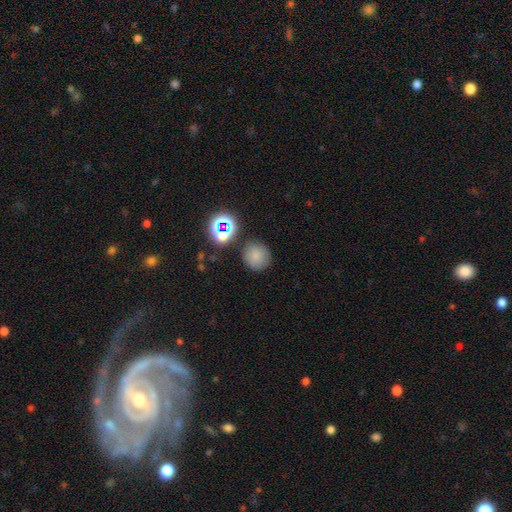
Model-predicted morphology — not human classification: smooth 76%, star or artifact 17%, featured or disk 7%. Down the decision tree: how rounded — round (90%); merging — none (81%).